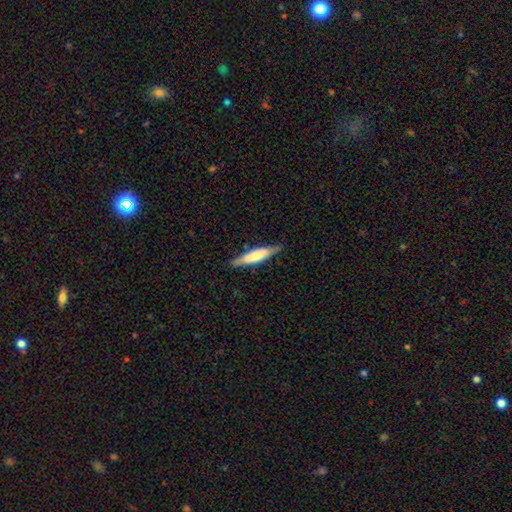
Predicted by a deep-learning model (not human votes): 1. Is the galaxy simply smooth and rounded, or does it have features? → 64% smooth, 31% featured or disk, 5% star or artifact.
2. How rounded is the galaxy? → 83% cigar-shaped, 16% in between, 1% round.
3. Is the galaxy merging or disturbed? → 85% none, 12% minor disturbance, 2% major disturbance, 1% merger.